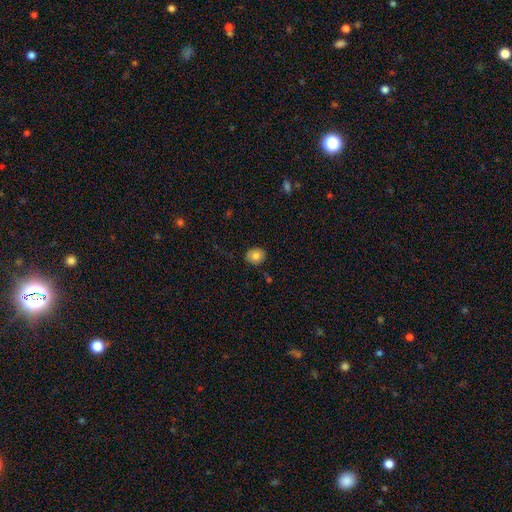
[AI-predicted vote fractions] Q: Smooth or featured?
A: smooth (82%); runner-up: featured or disk (9%)
Q: How rounded?
A: round (59%); runner-up: in between (40%)
Q: Merging?
A: none (85%); runner-up: minor disturbance (12%)